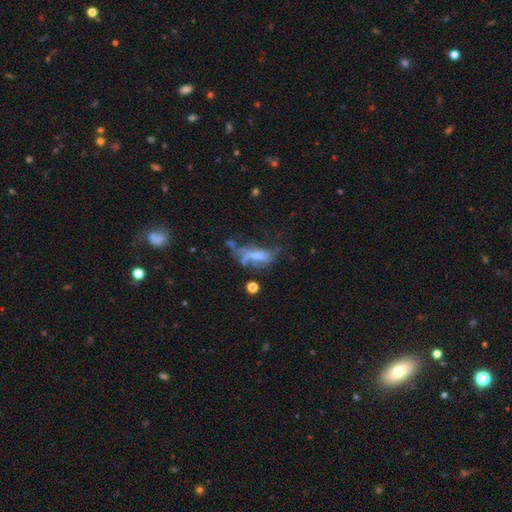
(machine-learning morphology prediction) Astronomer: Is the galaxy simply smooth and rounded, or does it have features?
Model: featured or disk — 44% (runner-up: smooth, 41%).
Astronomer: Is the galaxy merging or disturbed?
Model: major disturbance — 39% (runner-up: none, 23%).